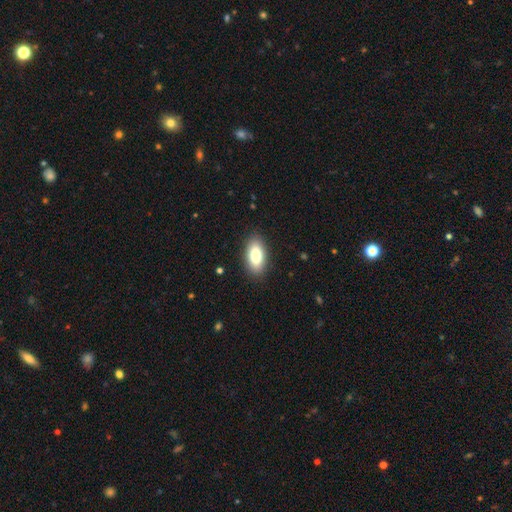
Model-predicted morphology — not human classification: smooth-or-featured: smooth: 82% | featured or disk: 11% | star or artifact: 7%
  how-rounded: in between: 91% | cigar-shaped: 6% | round: 3%
  merging: none: 88% | minor disturbance: 9% | major disturbance: 2% | merger: 1%